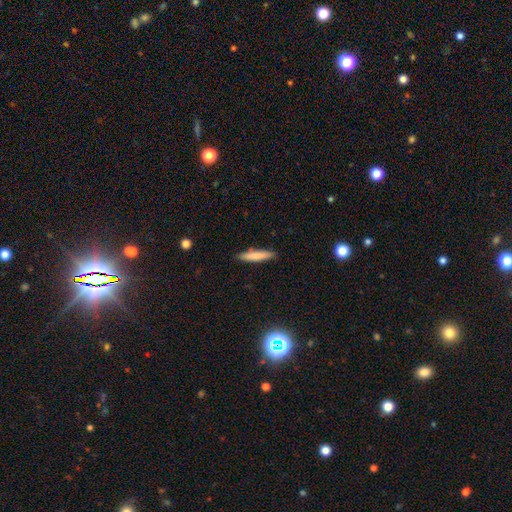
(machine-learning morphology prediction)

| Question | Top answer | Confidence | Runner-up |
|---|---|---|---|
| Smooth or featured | smooth | 77% | featured or disk (17%) |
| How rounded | cigar-shaped | 89% | in between (10%) |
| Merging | none | 89% | minor disturbance (8%) |